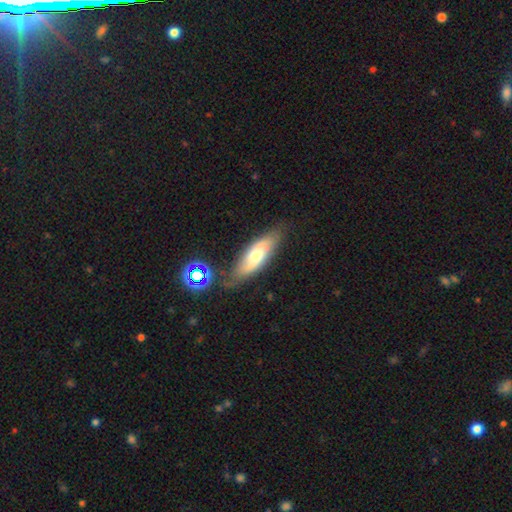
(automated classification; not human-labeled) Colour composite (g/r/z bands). It shows a smooth galaxy with no disk features (49%). Merging: none (66%).